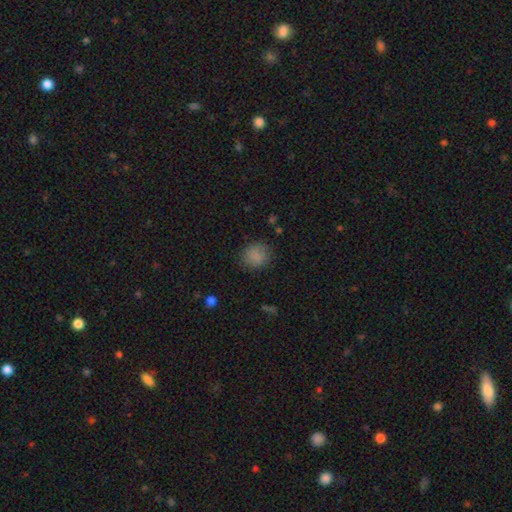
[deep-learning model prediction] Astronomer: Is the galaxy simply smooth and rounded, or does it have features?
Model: smooth — 84%.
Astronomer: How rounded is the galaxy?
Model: round — 82%.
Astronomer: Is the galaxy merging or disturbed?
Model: none — 82%.